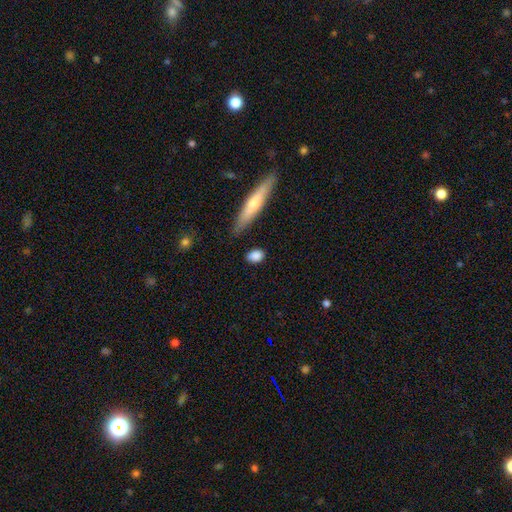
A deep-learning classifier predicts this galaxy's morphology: Smooth or featured? Predicted: smooth (p=0.85). How rounded? Predicted: in between (p=0.66). Merging? Predicted: none (p=0.80).